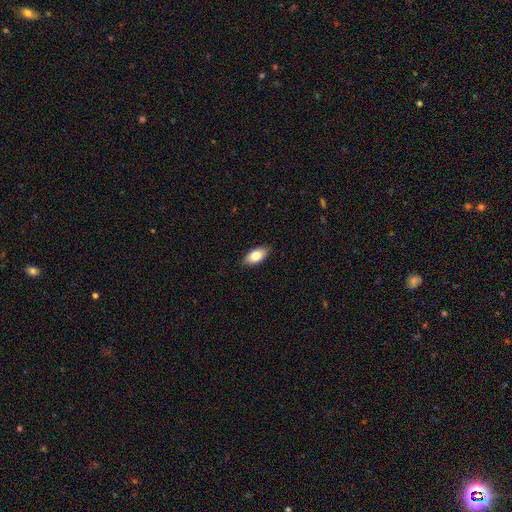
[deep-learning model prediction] Smooth or featured?
  - smooth: 82% *
  - featured or disk: 11%
  - star or artifact: 7%
How rounded?
  - in between: 92% *
  - cigar-shaped: 5%
  - round: 4%
Merging?
  - none: 86% *
  - minor disturbance: 11%
  - major disturbance: 2%
  - merger: 1%